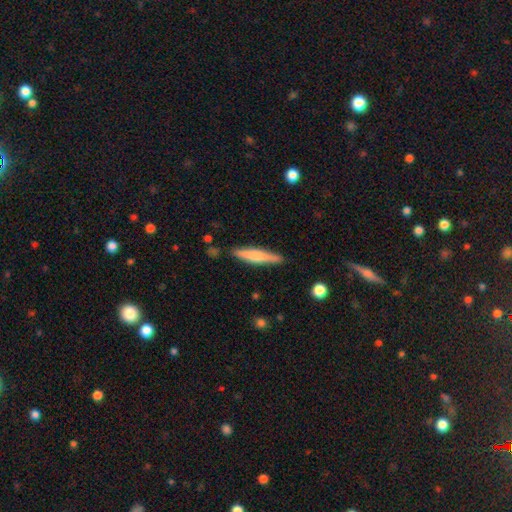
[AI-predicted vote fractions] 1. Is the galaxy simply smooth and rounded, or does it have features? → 55% smooth, 40% featured or disk, 6% star or artifact.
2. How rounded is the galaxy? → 90% cigar-shaped, 9% in between, 2% round.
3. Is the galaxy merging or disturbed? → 87% none, 9% minor disturbance, 2% major disturbance, 2% merger.